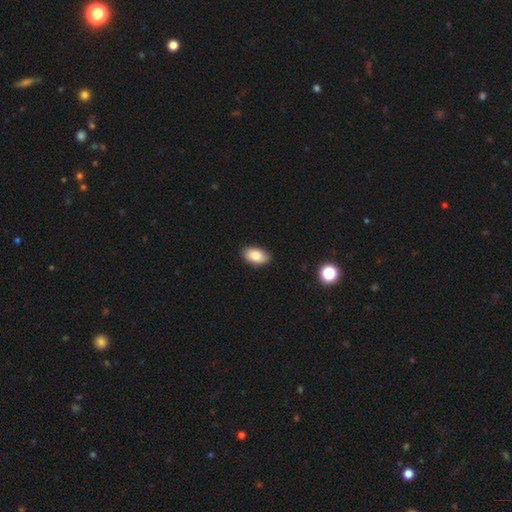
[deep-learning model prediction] A smooth galaxy with no disk features (86%) that is in between round and cigar-shaped (93%). Merging: none (87%).